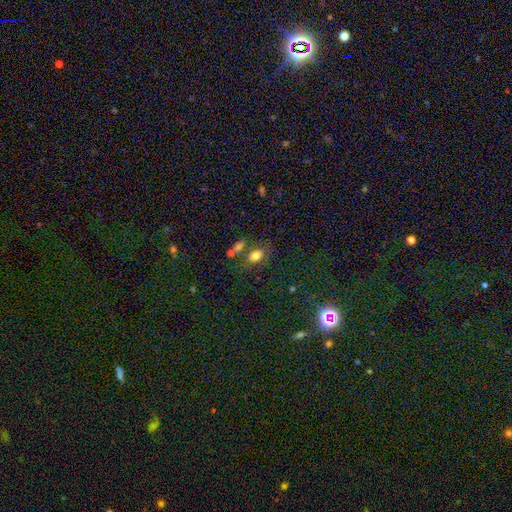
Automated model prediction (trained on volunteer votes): This appears to be a smooth galaxy with no disk features (77%) that is in between round and cigar-shaped (75%). Merging: none (61%).